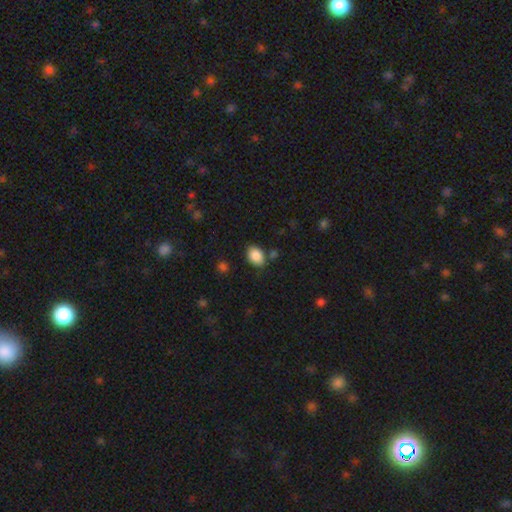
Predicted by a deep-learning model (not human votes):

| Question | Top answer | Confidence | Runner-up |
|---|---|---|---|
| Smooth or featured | smooth | 88% | star or artifact (8%) |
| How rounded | in between | 77% | round (21%) |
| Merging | none | 77% | minor disturbance (14%) |